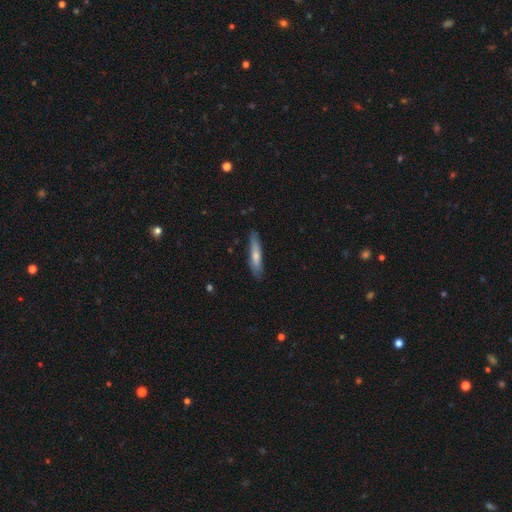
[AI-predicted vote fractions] Smooth or featured?
  - smooth: 67% *
  - featured or disk: 27%
  - star or artifact: 5%
How rounded?
  - cigar-shaped: 85% *
  - in between: 14%
  - round: 1%
Merging?
  - none: 81% *
  - minor disturbance: 15%
  - major disturbance: 3%
  - merger: 1%